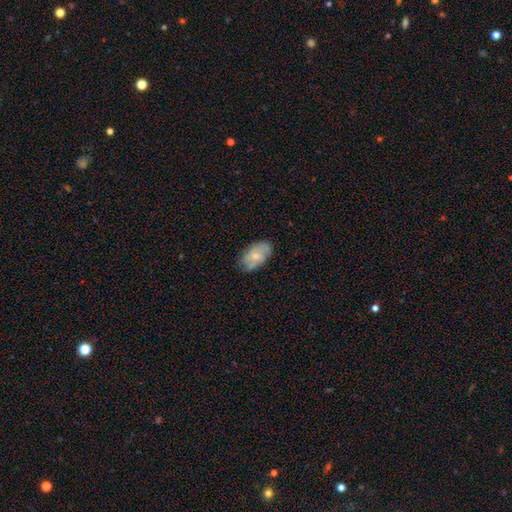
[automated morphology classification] Smooth or featured?
  - smooth: 58% *
  - featured or disk: 35%
  - star or artifact: 7%
How rounded?
  - in between: 93% *
  - round: 6%
  - cigar-shaped: 2%
Merging?
  - none: 71% *
  - minor disturbance: 22%
  - major disturbance: 5%
  - merger: 1%